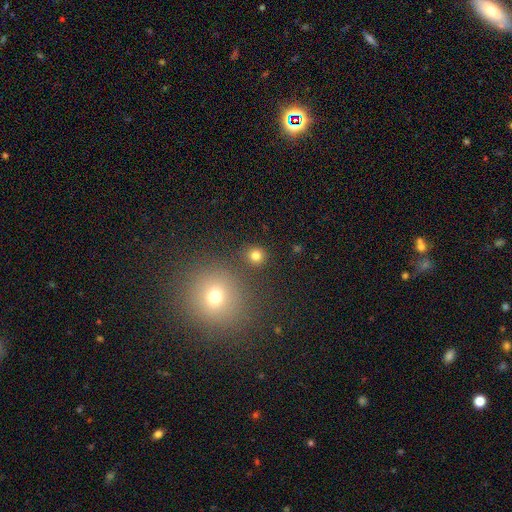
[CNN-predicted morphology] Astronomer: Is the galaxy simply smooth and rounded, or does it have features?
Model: smooth — 78%.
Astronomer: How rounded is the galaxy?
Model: round — 91%.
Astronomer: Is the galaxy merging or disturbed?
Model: none — 85%.